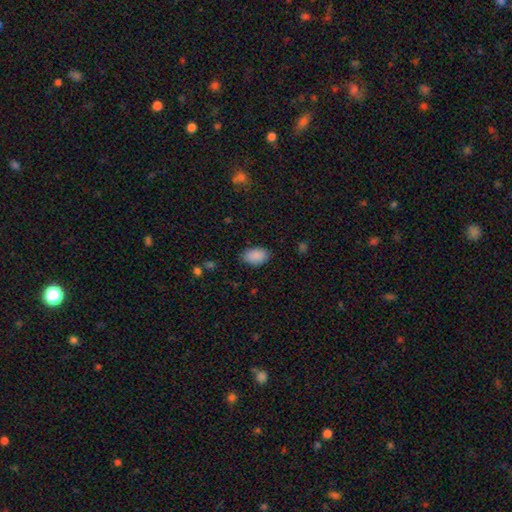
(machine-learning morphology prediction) smooth 90%, star or artifact 7%, featured or disk 3%. Down the decision tree: how rounded — in between (93%); merging — none (85%).